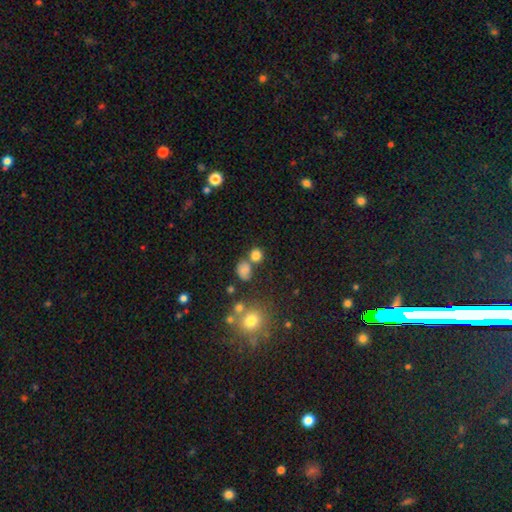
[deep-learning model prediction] This is likely a smooth galaxy (79%). How rounded: likely round (79%). Merging: likely none (62%).